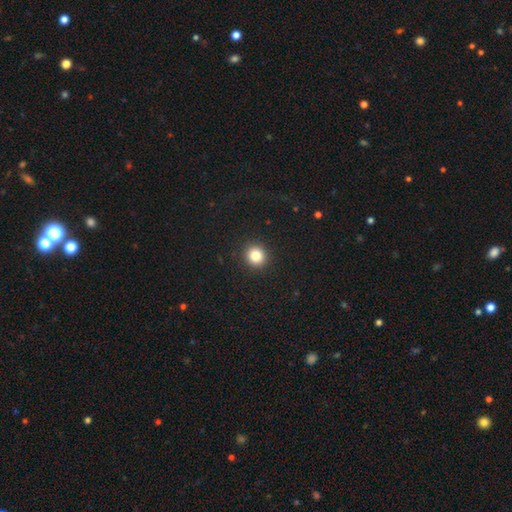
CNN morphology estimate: A smooth galaxy with no disk features (84%) that is round (89%). Merging: none (92%).